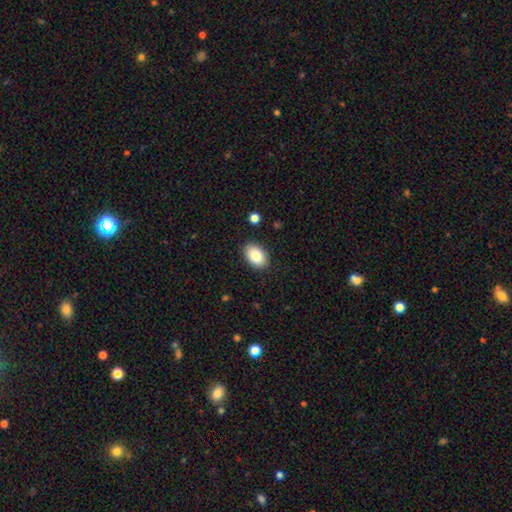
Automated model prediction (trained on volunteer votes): Smooth or featured? smooth (85%)
How rounded? in between (89%)
Merging? none (88%)